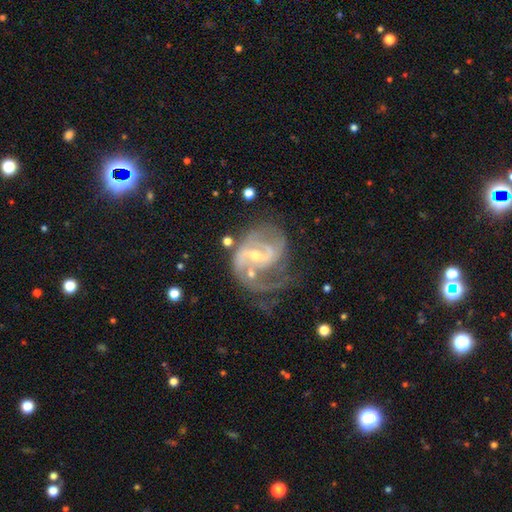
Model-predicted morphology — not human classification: Smooth or featured?
  - featured or disk: 89% *
  - star or artifact: 6%
  - smooth: 5%
Edge-on disk?
  - no: 98% *
  - yes: 2%
Bar?
  - weak: 51% *
  - strong: 26%
  - no: 23%
Spiral arms?
  - yes: 95% *
  - no: 5%
Spiral winding?
  - medium: 50% *
  - tight: 26%
  - loose: 24%
Spiral arm count?
  - 2: 61% *
  - can't tell: 14%
  - 3: 11%
  - 1: 9%
  - 4: 3%
  - more than 4: 3%
Bulge size?
  - small: 61% *
  - moderate: 35%
  - none: 2%
  - large: 1%
  - dominant: 1%
Merging?
  - none: 40% *
  - major disturbance: 31%
  - minor disturbance: 21%
  - merger: 7%